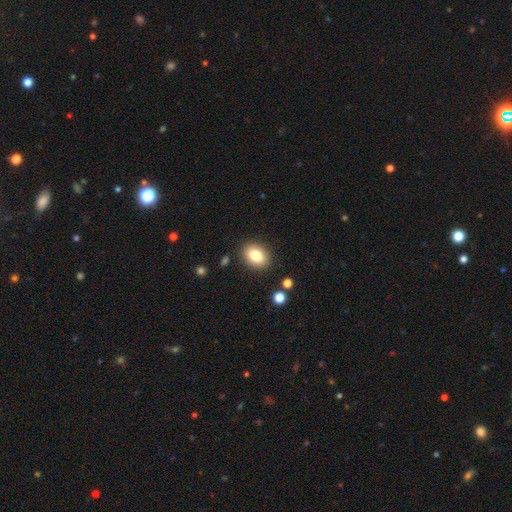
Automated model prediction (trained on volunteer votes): smooth 81%, featured or disk 10%, star or artifact 9%. Down the decision tree: how rounded — in between (64%); merging — none (88%).